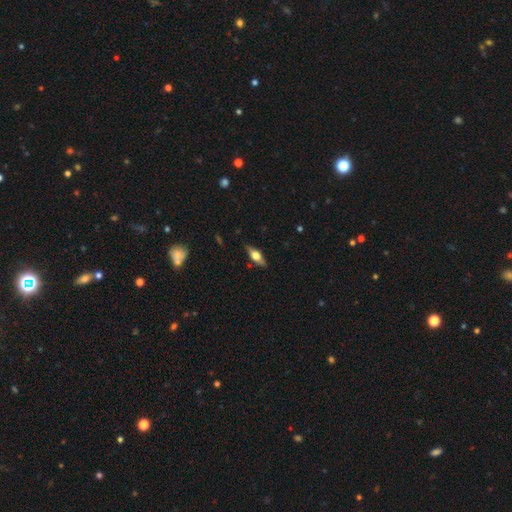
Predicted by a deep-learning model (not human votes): Q: Smooth or featured?
A: featured or disk (59%); runner-up: smooth (34%)
Q: Edge-on disk?
A: yes (93%); runner-up: no (7%)
Q: Edge-on bulge?
A: rounded (92%); runner-up: boxy (6%)
Q: Merging?
A: none (85%); runner-up: minor disturbance (11%)